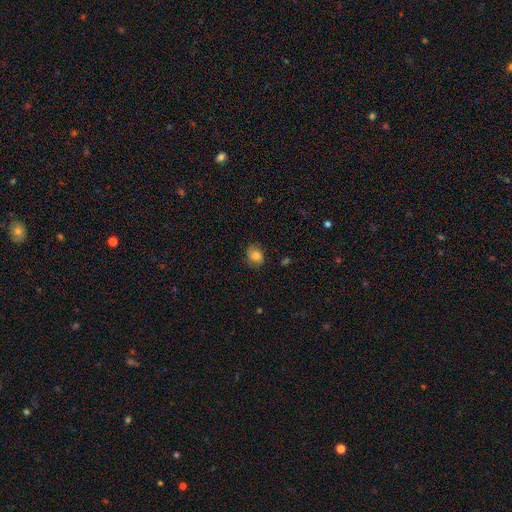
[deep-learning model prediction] A smooth galaxy with no disk features (74%) that is in between round and cigar-shaped (54%).

Vote fractions:
- Smooth or featured? smooth: 74% / featured or disk: 15% / star or artifact: 10%
- How rounded? in between: 54% / round: 45% / cigar-shaped: 1%
- Merging? none: 72% / minor disturbance: 21% / major disturbance: 6% / merger: 1%